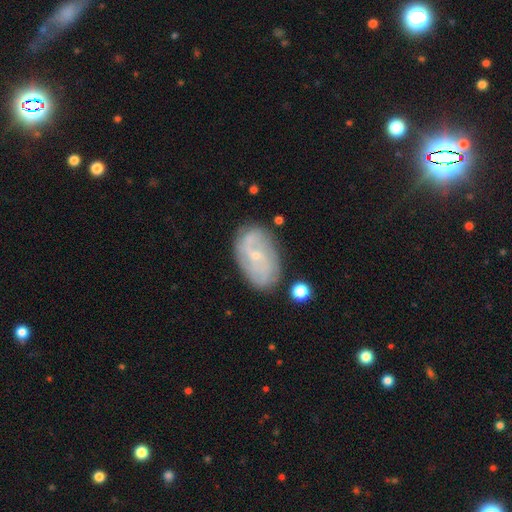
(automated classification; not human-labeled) Smooth or featured? featured or disk (72%)
Edge-on disk? no (96%)
Bar? no (59%)
Spiral arms? yes (86%)
Spiral winding? tight (38%)
Spiral arm count? can't tell (36%)
Bulge size? small (79%)
Merging? none (73%)